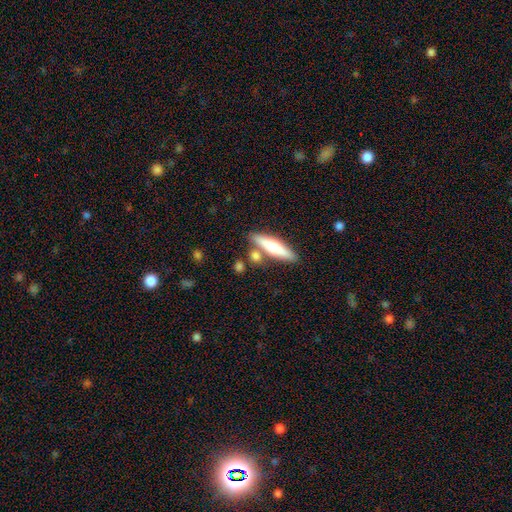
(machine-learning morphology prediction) smooth 67%, featured or disk 27%, star or artifact 7%. Down the decision tree: how rounded — cigar-shaped (57%); merging — none (70%).